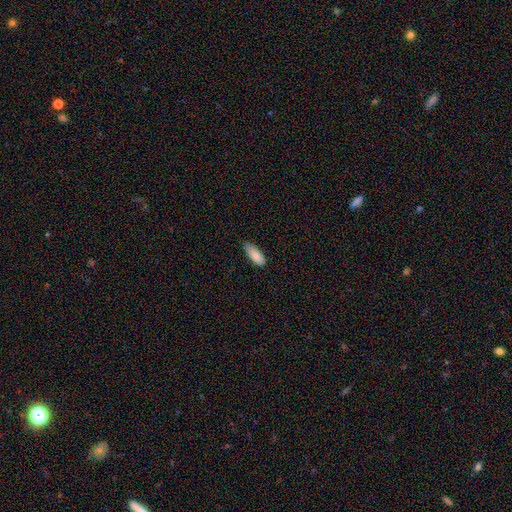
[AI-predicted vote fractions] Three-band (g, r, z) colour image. It shows a smooth galaxy with no disk features (86%) that is in between round and cigar-shaped (73%). Merging: none (71%).